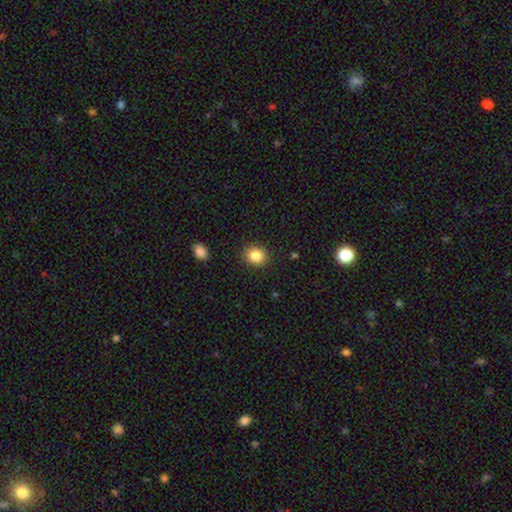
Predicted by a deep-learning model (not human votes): A smooth galaxy with no disk features (85%) that is round (65%).

Vote fractions:
- Smooth or featured? smooth: 85% / star or artifact: 10% / featured or disk: 5%
- How rounded? round: 65% / in between: 34% / cigar-shaped: 1%
- Merging? none: 88% / minor disturbance: 8% / major disturbance: 3% / merger: 1%